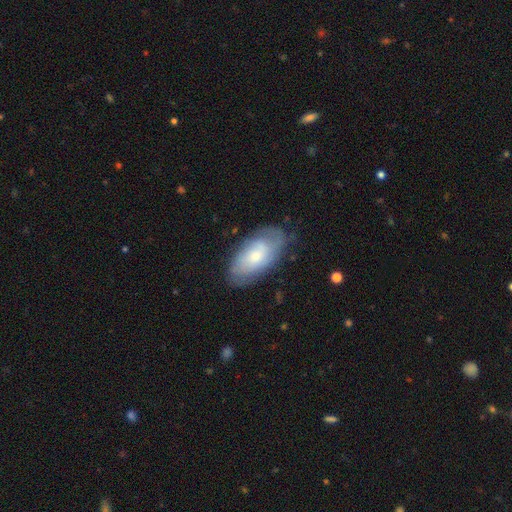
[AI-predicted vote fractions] A featured or disk galaxy (49%). Merging: none (73%).